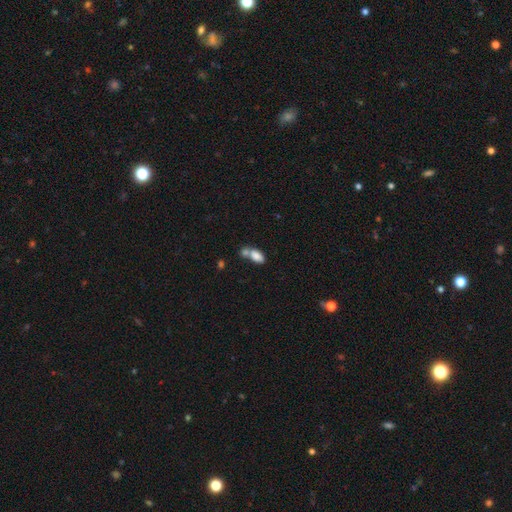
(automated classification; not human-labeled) Smooth or featured?
  - smooth: 82% *
  - featured or disk: 10%
  - star or artifact: 9%
How rounded?
  - in between: 91% *
  - round: 6%
  - cigar-shaped: 4%
Merging?
  - merger: 54% *
  - none: 30%
  - minor disturbance: 11%
  - major disturbance: 5%